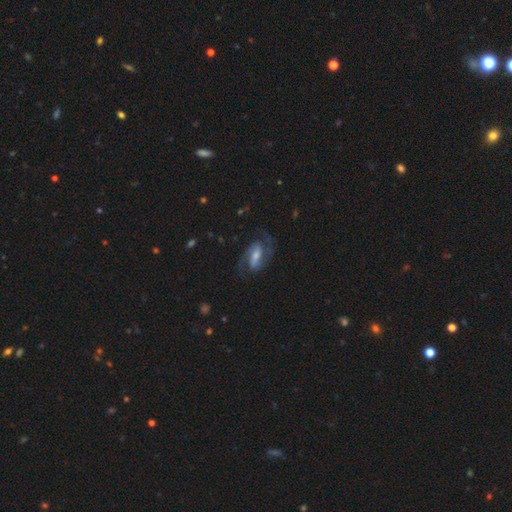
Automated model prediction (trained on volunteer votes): A featured or disk galaxy (80%) with a weak bar (43%), 2 (91%) medium (53%) spiral arms (95%) and a moderate central bulge (44%).

Vote fractions:
- Smooth or featured? featured or disk: 80% / smooth: 14% / star or artifact: 6%
- Edge-on disk? no: 96% / yes: 4%
- Bar? weak: 43% / strong: 37% / no: 20%
- Spiral arms? yes: 95% / no: 5%
- Spiral winding? medium: 53% / loose: 31% / tight: 17%
- Spiral arm count? 2: 91% / can't tell: 4% / 1: 2% / 3: 1% / 4: 1% / more than 4: 1%
- Bulge size? moderate: 44% / small: 34% / large: 13% / none: 7% / dominant: 2%
- Merging? none: 69% / minor disturbance: 16% / major disturbance: 13% / merger: 2%